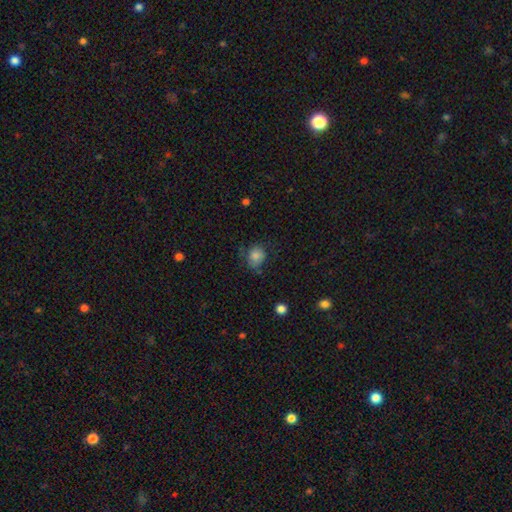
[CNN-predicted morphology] Q: Smooth or featured?
A: smooth (81%); runner-up: star or artifact (10%)
Q: How rounded?
A: round (61%); runner-up: in between (38%)
Q: Merging?
A: none (62%); runner-up: minor disturbance (26%)